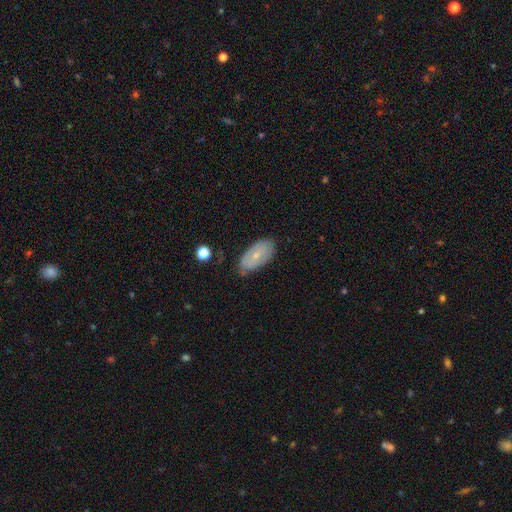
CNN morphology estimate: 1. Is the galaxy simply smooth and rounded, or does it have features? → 56% smooth, 37% featured or disk, 8% star or artifact.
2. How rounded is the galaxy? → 92% in between, 4% round, 4% cigar-shaped.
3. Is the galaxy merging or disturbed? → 71% none, 23% minor disturbance, 5% major disturbance, 2% merger.